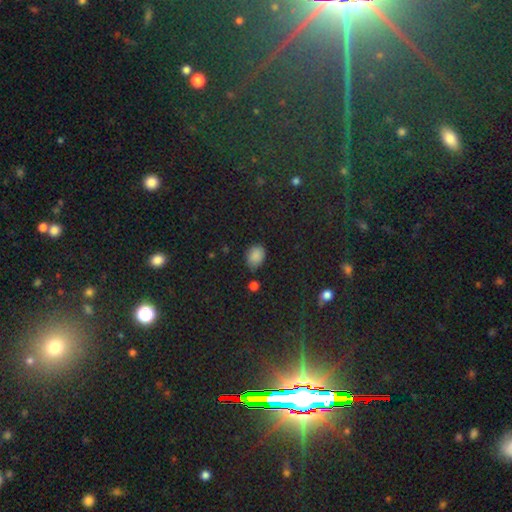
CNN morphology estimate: type=smooth (79%); roundness=in between (66%); merging=none (70%).